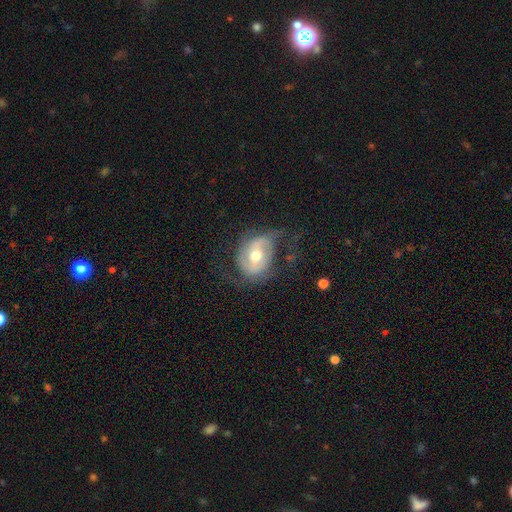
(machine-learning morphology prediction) Smooth or featured? featured or disk (69%)
Edge-on disk? no (95%)
Bar? weak (41%)
Spiral arms? yes (74%)
Bulge size? moderate (73%)
Merging? none (51%)